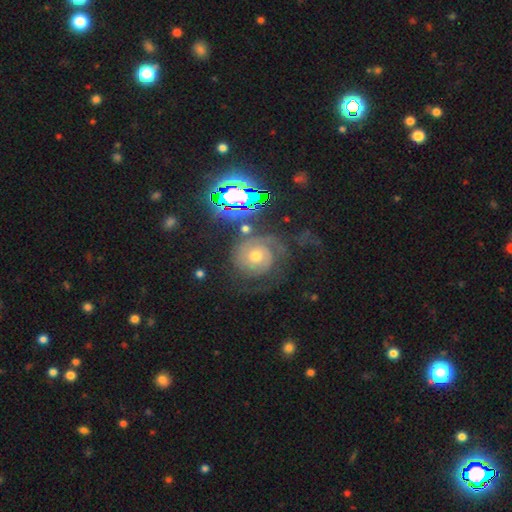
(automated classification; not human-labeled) Smooth or featured? featured or disk (71%)
Edge-on disk? no (97%)
Bar? no (77%)
Spiral arms? yes (93%)
Spiral winding? tight (60%)
Spiral arm count? 2 (44%)
Bulge size? moderate (64%)
Merging? none (55%)